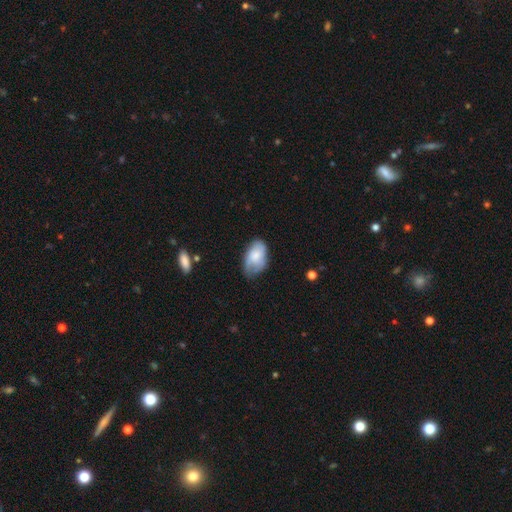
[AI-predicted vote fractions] Morphology: type=smooth (66%); roundness=in between (91%); merging=none (48%).